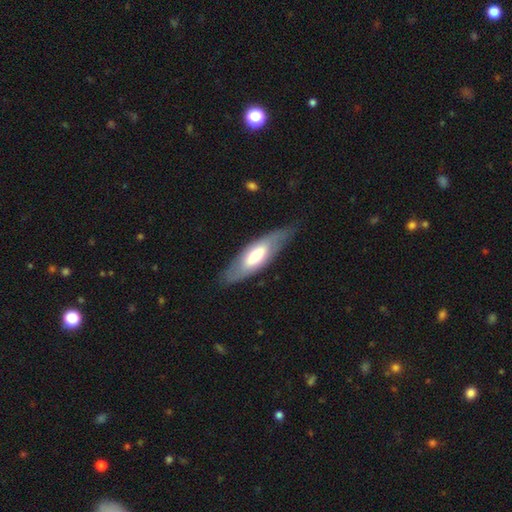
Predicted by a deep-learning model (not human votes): Morphology: type=smooth (51%); roundness=in between (61%); merging=none (73%).